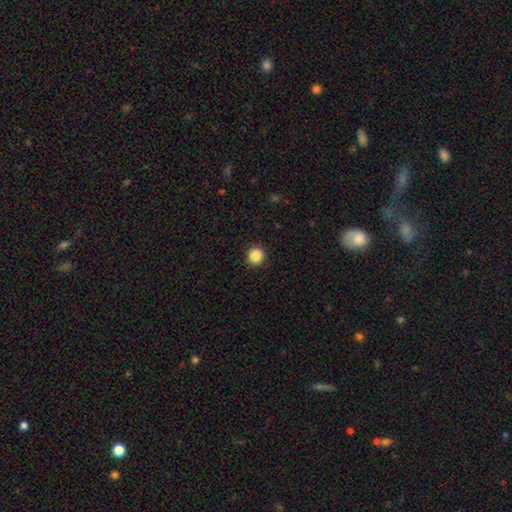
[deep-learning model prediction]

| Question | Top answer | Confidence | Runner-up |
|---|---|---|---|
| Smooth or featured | smooth | 87% | star or artifact (10%) |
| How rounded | round | 94% | in between (5%) |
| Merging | none | 92% | minor disturbance (5%) |